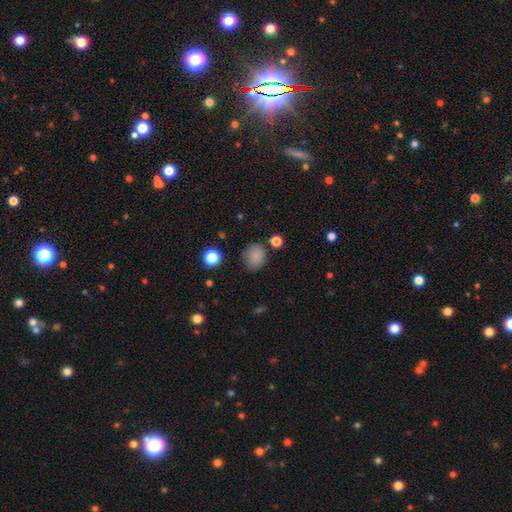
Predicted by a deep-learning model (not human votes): smooth_or_featured: smooth (p=0.84) [alt: star or artifact p=0.11]
how_rounded: round (p=0.64) [alt: in between p=0.35]
merging: none (p=0.78) [alt: minor disturbance p=0.15]